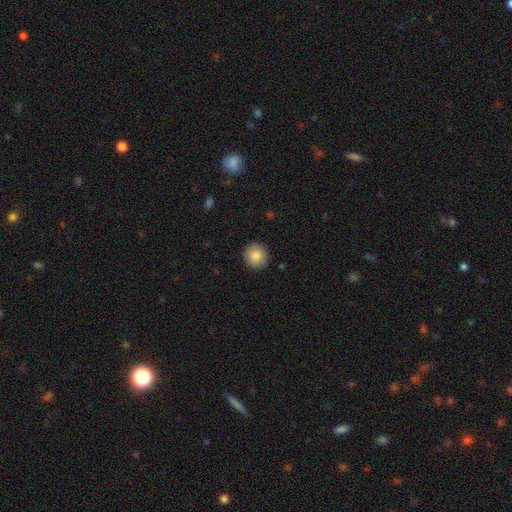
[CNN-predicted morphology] smooth-or-featured: smooth: 86% | star or artifact: 8% | featured or disk: 6%
  how-rounded: round: 93% | in between: 6% | cigar-shaped: 1%
  merging: none: 91% | minor disturbance: 6% | major disturbance: 2% | merger: 1%